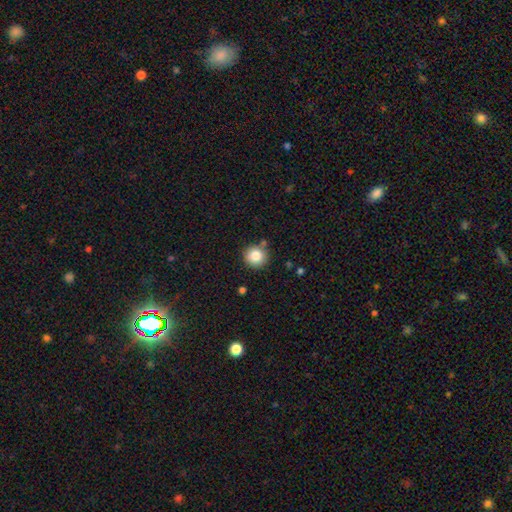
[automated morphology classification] smooth 84%, star or artifact 10%, featured or disk 6%. Down the decision tree: how rounded — round (93%); merging — none (82%).